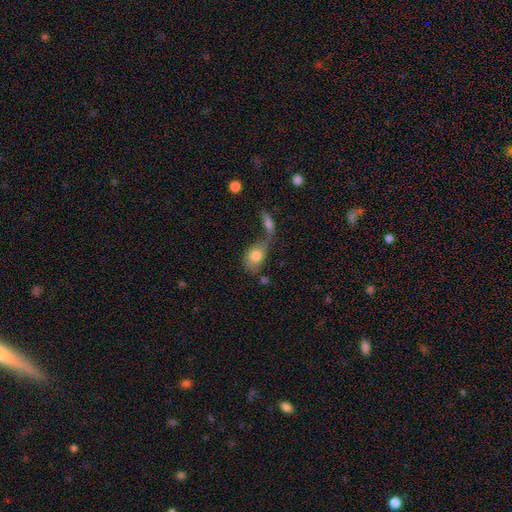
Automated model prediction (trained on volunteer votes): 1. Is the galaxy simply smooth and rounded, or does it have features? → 75% smooth, 18% featured or disk, 7% star or artifact.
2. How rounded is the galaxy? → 78% in between, 20% round, 2% cigar-shaped.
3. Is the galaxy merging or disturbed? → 54% merger, 22% none, 12% major disturbance, 11% minor disturbance.